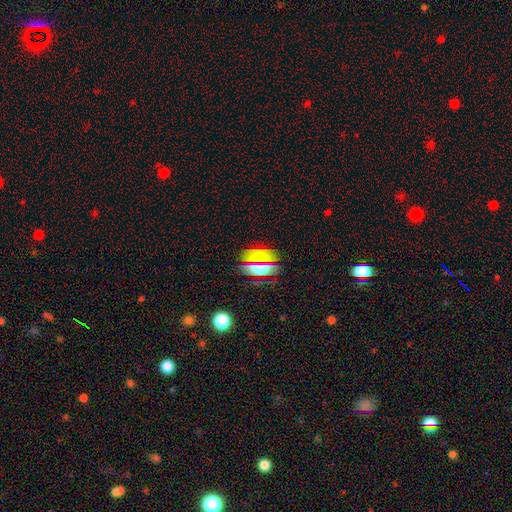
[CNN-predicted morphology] Smooth or featured: smooth — 62% (star or artifact — 22%)
How rounded: in between — 67% (round — 29%)
Merging: none — 81% (minor disturbance — 13%)